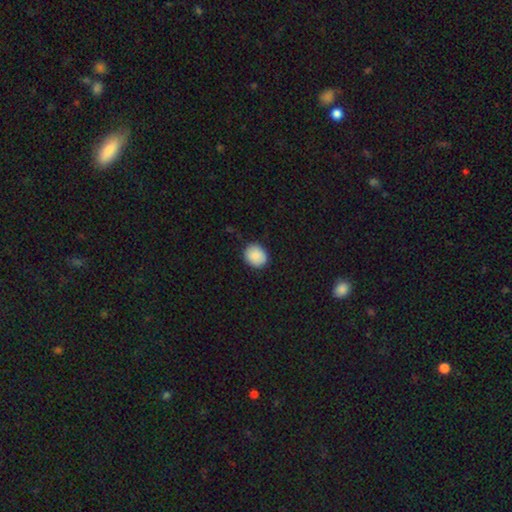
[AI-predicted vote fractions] Smooth or featured?
  - smooth: 89% *
  - star or artifact: 7%
  - featured or disk: 4%
How rounded?
  - round: 71% *
  - in between: 28%
  - cigar-shaped: 1%
Merging?
  - none: 87% *
  - minor disturbance: 10%
  - major disturbance: 2%
  - merger: 1%